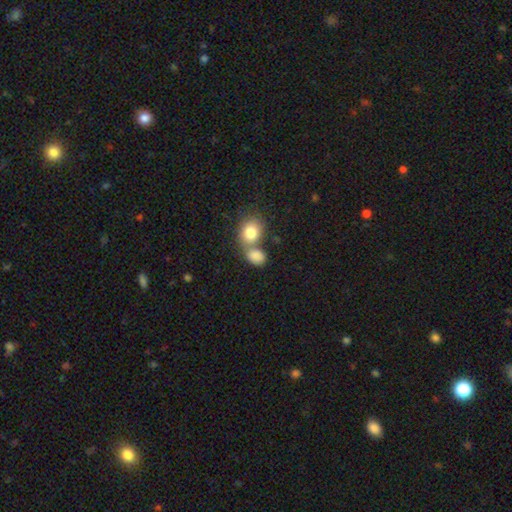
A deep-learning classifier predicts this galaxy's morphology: This appears to be a smooth galaxy with no disk features (83%) that is in between round and cigar-shaped (58%). Merging: merger (51%).